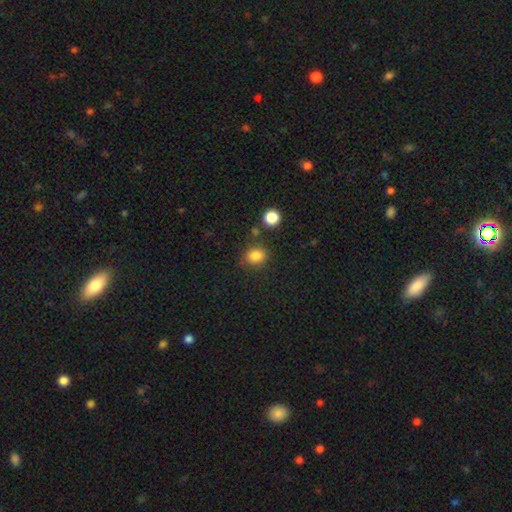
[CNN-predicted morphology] Smooth or featured: smooth — 84% (star or artifact — 11%)
How rounded: round — 54% (in between — 45%)
Merging: none — 73% (minor disturbance — 16%)